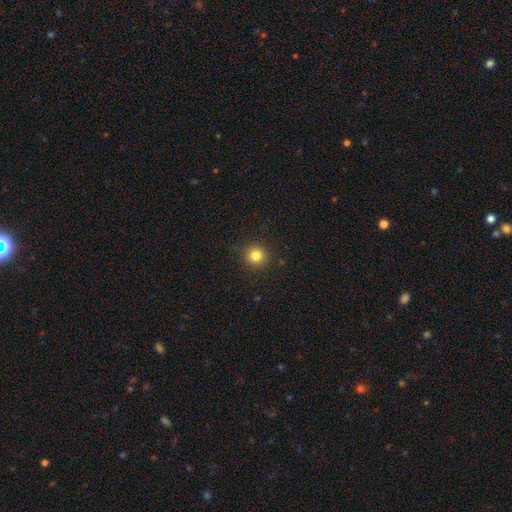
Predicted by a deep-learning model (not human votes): Morphology: type=smooth (82%); roundness=round (94%); merging=none (91%).